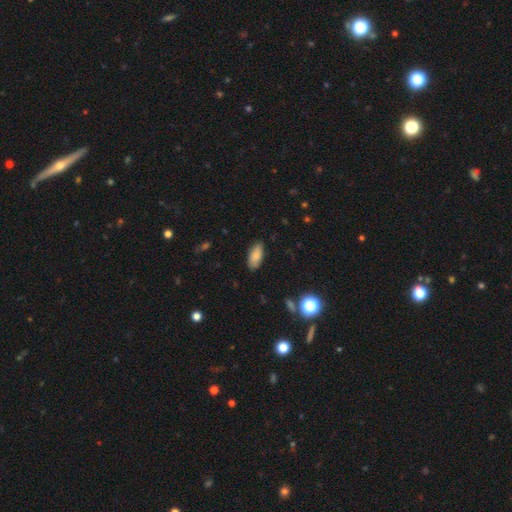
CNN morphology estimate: smooth_or_featured: smooth (p=0.82) [alt: featured or disk p=0.11]
how_rounded: in between (p=0.87) [alt: cigar-shaped p=0.10]
merging: none (p=0.85) [alt: minor disturbance p=0.12]